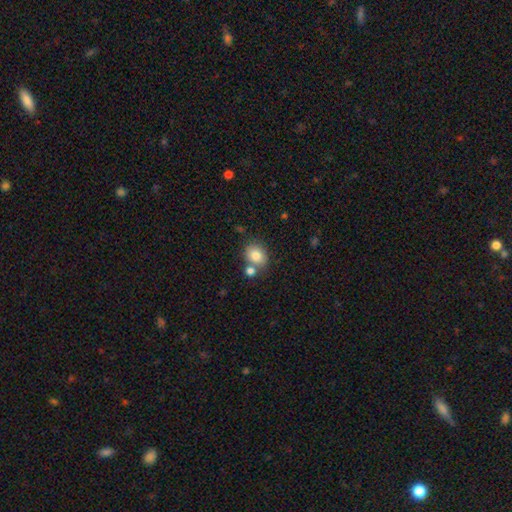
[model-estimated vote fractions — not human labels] A smooth galaxy with no disk features (80%) that is round (57%). Merging: none (61%).